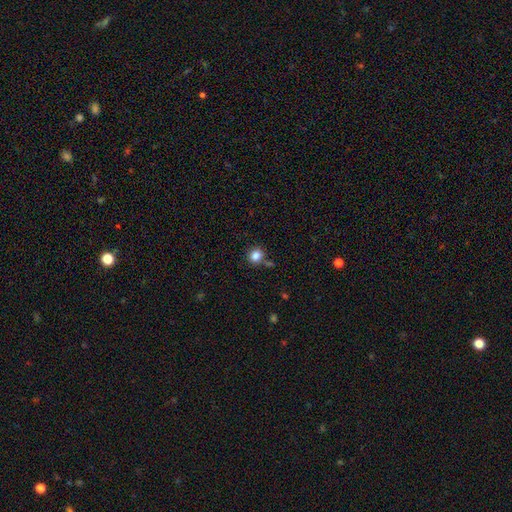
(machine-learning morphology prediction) type=smooth (85%); roundness=round (77%); merging=none (75%).